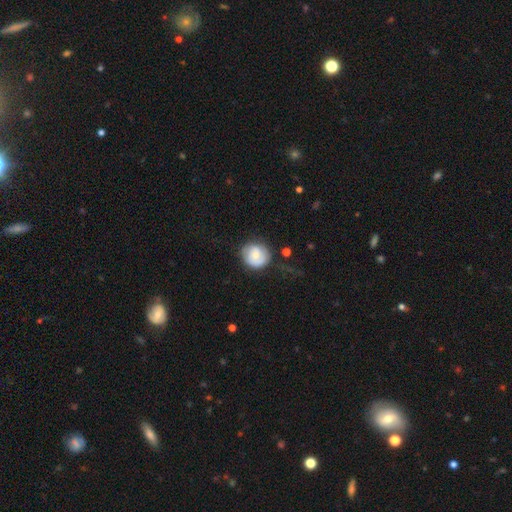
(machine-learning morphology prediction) The model was most divided on "smooth or featured": smooth: 59%, featured or disk: 34%, star or artifact: 8%. More confident: how rounded — round (87%); merging — none (64%).